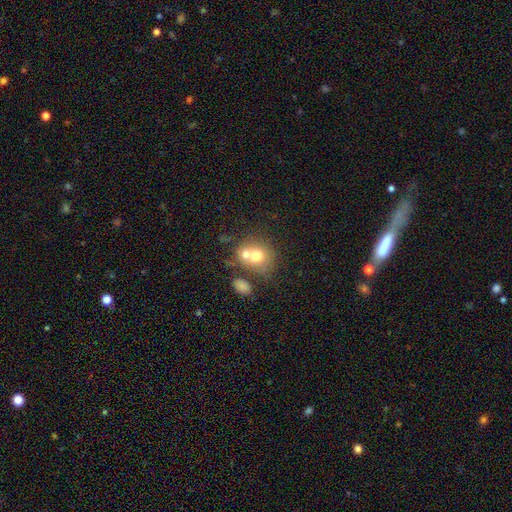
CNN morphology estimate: A smooth galaxy with no disk features (67%) that is round (72%). Merging: merger (56%).